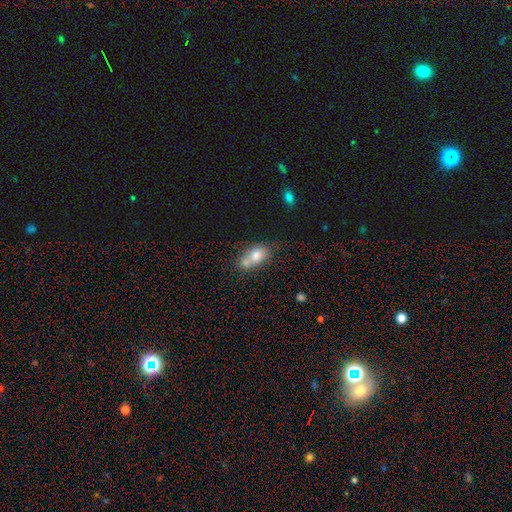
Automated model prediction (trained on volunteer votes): Smooth or featured?
  - smooth: 71% *
  - featured or disk: 19%
  - star or artifact: 10%
How rounded?
  - in between: 74% *
  - round: 23%
  - cigar-shaped: 3%
Merging?
  - merger: 48% *
  - none: 34%
  - minor disturbance: 13%
  - major disturbance: 5%